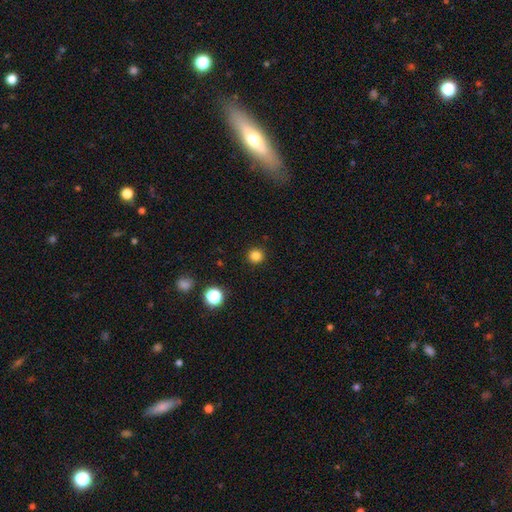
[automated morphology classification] smooth-or-featured: smooth: 82% | star or artifact: 14% | featured or disk: 4%
  how-rounded: round: 95% | in between: 4% | cigar-shaped: 1%
  merging: none: 93% | minor disturbance: 4% | major disturbance: 2% | merger: 1%